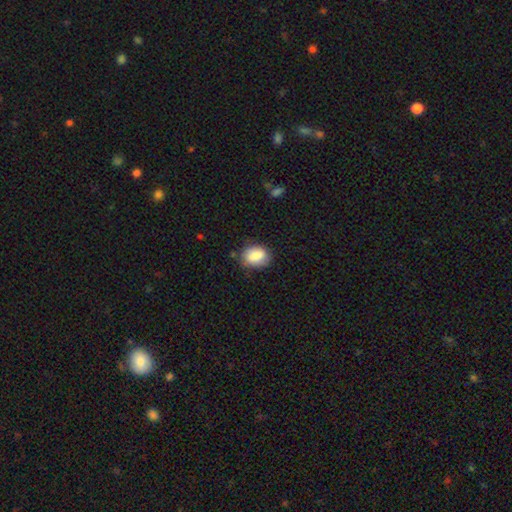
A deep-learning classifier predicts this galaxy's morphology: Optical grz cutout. It shows a smooth galaxy with no disk features (83%) that is in between round and cigar-shaped (68%). Merging: none (74%).